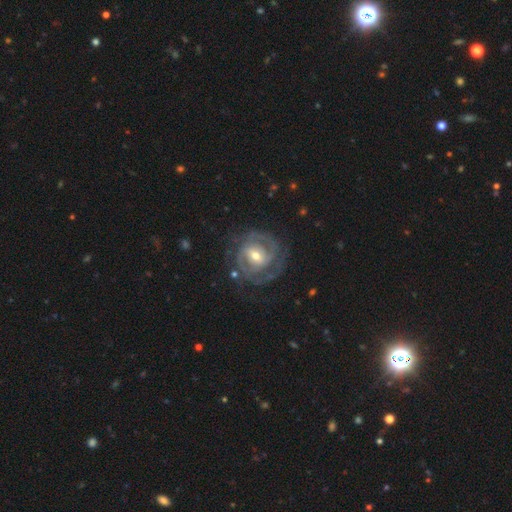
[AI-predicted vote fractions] Smooth or featured?
  - featured or disk: 88% *
  - smooth: 7%
  - star or artifact: 5%
Edge-on disk?
  - no: 97% *
  - yes: 3%
Bar?
  - weak: 47% *
  - no: 28%
  - strong: 25%
Spiral arms?
  - yes: 95% *
  - no: 5%
Spiral winding?
  - tight: 69% *
  - medium: 26%
  - loose: 6%
Spiral arm count?
  - 2: 47% *
  - can't tell: 20%
  - 3: 19%
  - 4: 5%
  - 1: 5%
  - more than 4: 4%
Bulge size?
  - moderate: 55% *
  - small: 40%
  - large: 3%
  - none: 1%
  - dominant: 1%
Merging?
  - none: 76% *
  - minor disturbance: 14%
  - major disturbance: 8%
  - merger: 1%